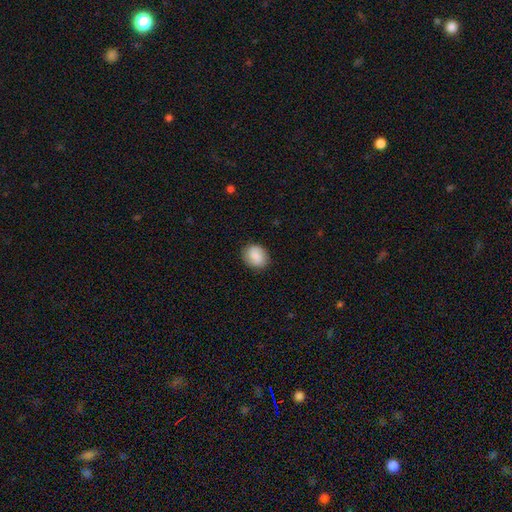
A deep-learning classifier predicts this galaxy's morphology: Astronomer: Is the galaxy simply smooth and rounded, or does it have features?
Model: smooth — 79%.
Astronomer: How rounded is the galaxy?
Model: round — 56% (runner-up: in between, 43%).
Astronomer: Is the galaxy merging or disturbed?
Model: none — 85%.